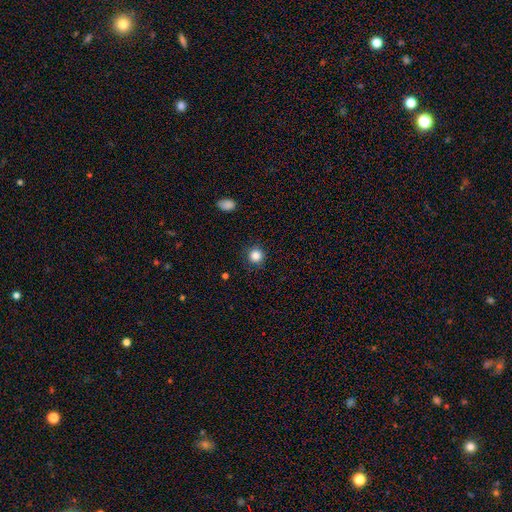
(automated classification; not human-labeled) This appears to be a smooth galaxy with no disk features (85%) that is round (94%). Merging: none (90%).